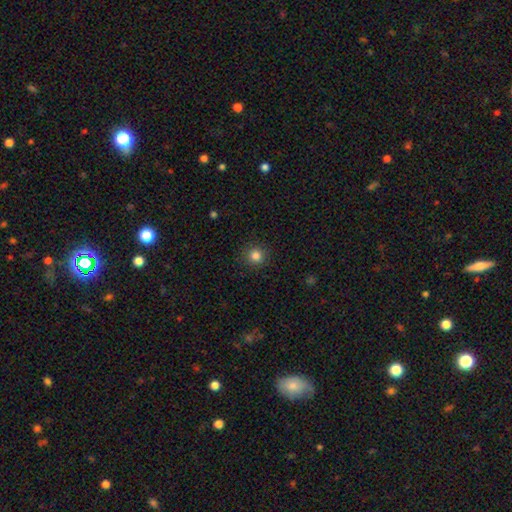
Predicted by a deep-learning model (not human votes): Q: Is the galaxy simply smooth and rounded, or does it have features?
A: smooth — 83%.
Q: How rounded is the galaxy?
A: round — 94%.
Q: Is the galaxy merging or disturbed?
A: none — 91%.